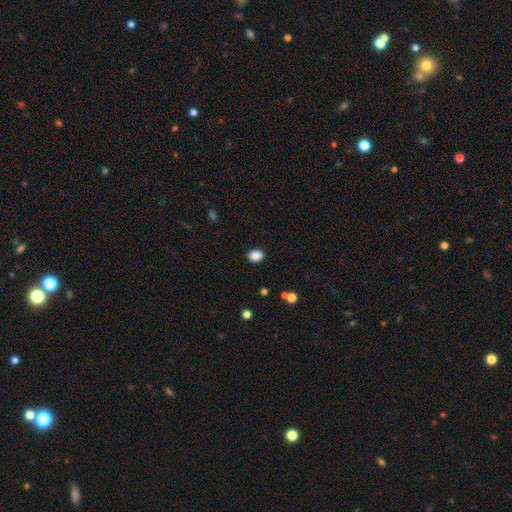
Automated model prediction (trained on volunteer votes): Smooth or featured?
  - smooth: 88% *
  - star or artifact: 9%
  - featured or disk: 3%
How rounded?
  - in between: 69% *
  - round: 30%
  - cigar-shaped: 1%
Merging?
  - none: 89% *
  - minor disturbance: 7%
  - major disturbance: 2%
  - merger: 1%